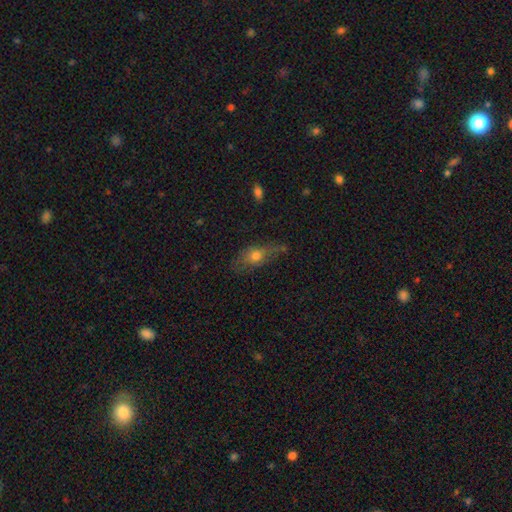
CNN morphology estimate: smooth 54%, featured or disk 33%, star or artifact 13%. Down the decision tree: how rounded — in between (61%); merging — none (56%).